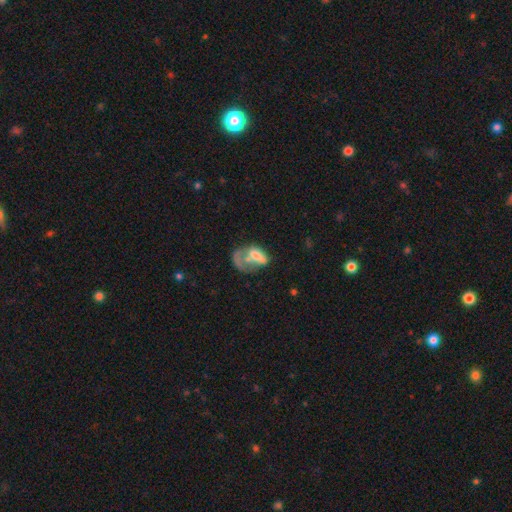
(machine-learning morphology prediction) A smooth galaxy with no disk features (46%).

Vote fractions:
- Smooth or featured? smooth: 46% / featured or disk: 44% / star or artifact: 9%
- Merging? major disturbance: 45% / merger: 26% / none: 16% / minor disturbance: 13%